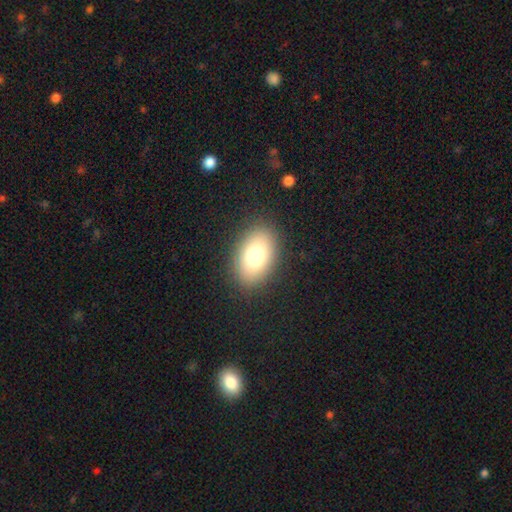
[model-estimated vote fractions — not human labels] Q: Smooth or featured?
A: smooth (74%); runner-up: featured or disk (14%)
Q: How rounded?
A: in between (81%); runner-up: round (17%)
Q: Merging?
A: none (86%); runner-up: minor disturbance (9%)